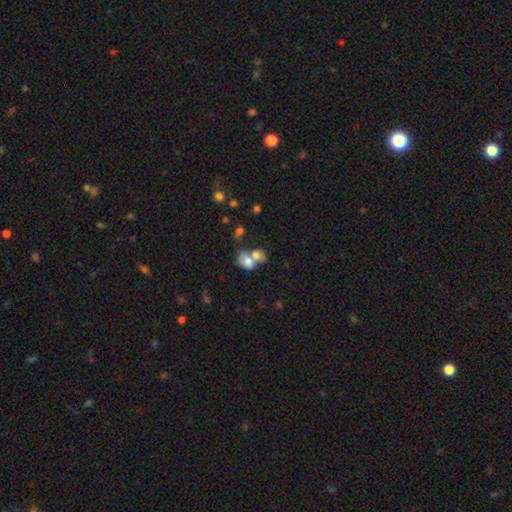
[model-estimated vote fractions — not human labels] Q: Smooth or featured?
A: smooth (71%); runner-up: featured or disk (19%)
Q: How rounded?
A: in between (65%); runner-up: round (34%)
Q: Merging?
A: merger (68%); runner-up: none (20%)